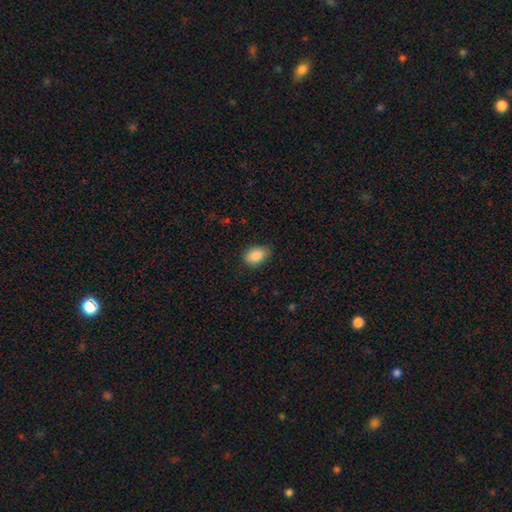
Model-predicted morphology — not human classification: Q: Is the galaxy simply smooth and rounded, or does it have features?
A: smooth — 87%.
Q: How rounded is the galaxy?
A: in between — 83%.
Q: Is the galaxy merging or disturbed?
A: none — 78%.